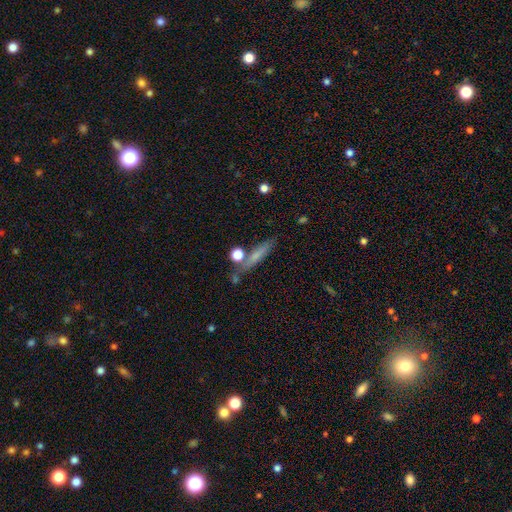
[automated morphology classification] A smooth galaxy with no disk features (61%) that is cigar-shaped (82%).

Vote fractions:
- Smooth or featured? smooth: 61% / featured or disk: 29% / star or artifact: 10%
- How rounded? cigar-shaped: 82% / in between: 12% / round: 6%
- Merging? none: 72% / minor disturbance: 14% / merger: 9% / major disturbance: 5%